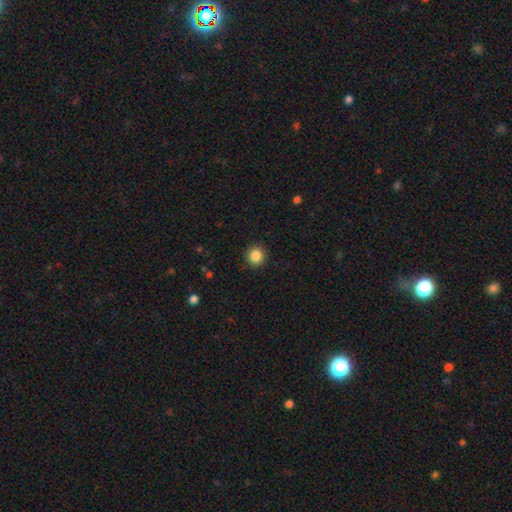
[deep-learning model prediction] The model was most divided on "smooth or featured": smooth: 86%, star or artifact: 10%, featured or disk: 4%. More confident: how rounded — round (92%); merging — none (92%).